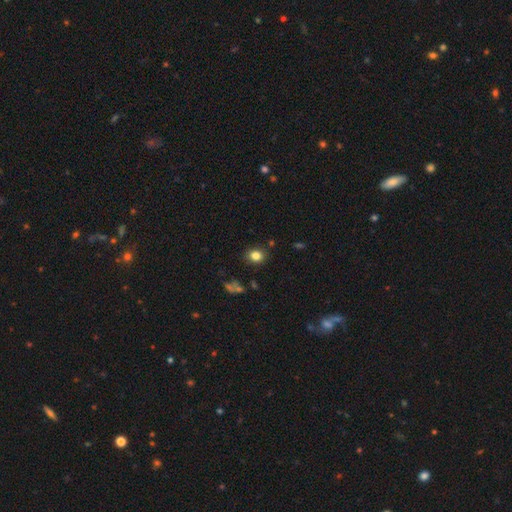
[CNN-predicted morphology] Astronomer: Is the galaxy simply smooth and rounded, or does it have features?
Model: smooth — 82%.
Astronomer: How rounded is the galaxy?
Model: round — 63%.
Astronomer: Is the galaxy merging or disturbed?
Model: none — 83%.